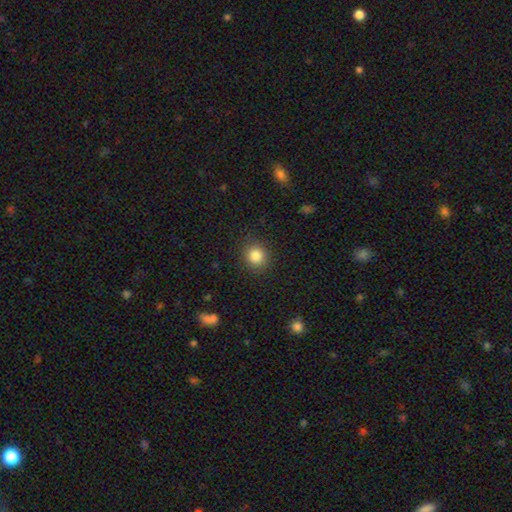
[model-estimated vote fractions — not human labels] Smooth or featured? smooth (84%)
How rounded? round (85%)
Merging? none (89%)